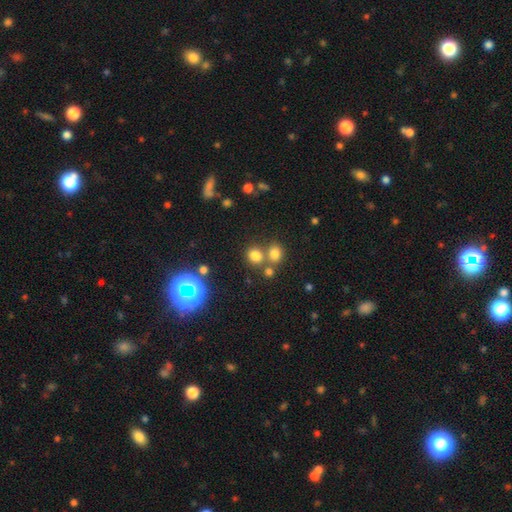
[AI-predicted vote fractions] Smooth or featured? smooth (72%)
How rounded? round (79%)
Merging? none (62%)